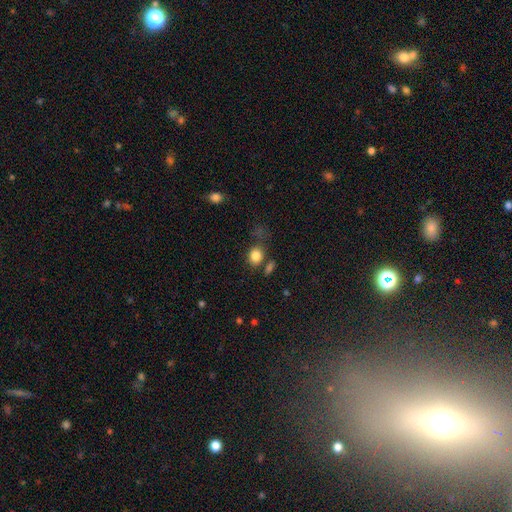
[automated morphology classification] Smooth or featured? Predicted: smooth (p=0.83). How rounded? Predicted: round (p=0.53). Merging? Predicted: none (p=0.65).